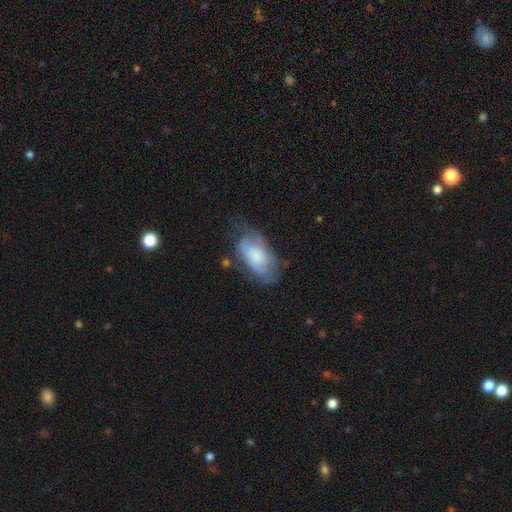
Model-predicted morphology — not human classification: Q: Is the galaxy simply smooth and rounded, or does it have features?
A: smooth — 54%.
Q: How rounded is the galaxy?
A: in between — 93%.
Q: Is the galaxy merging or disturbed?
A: none — 46%.